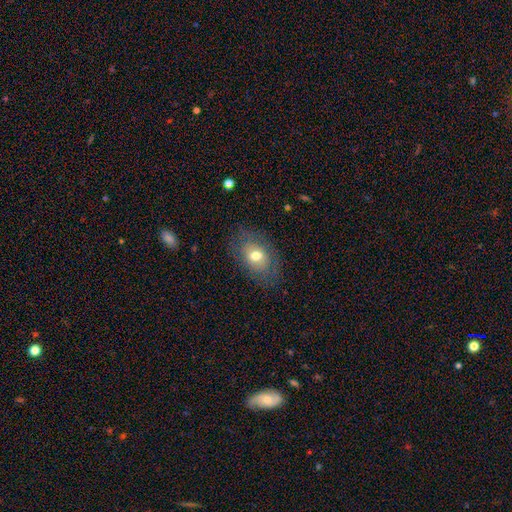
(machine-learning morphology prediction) Smooth or featured?
  - smooth: 67% *
  - featured or disk: 24%
  - star or artifact: 9%
How rounded?
  - in between: 81% *
  - round: 18%
  - cigar-shaped: 1%
Merging?
  - none: 77% *
  - minor disturbance: 15%
  - major disturbance: 7%
  - merger: 1%